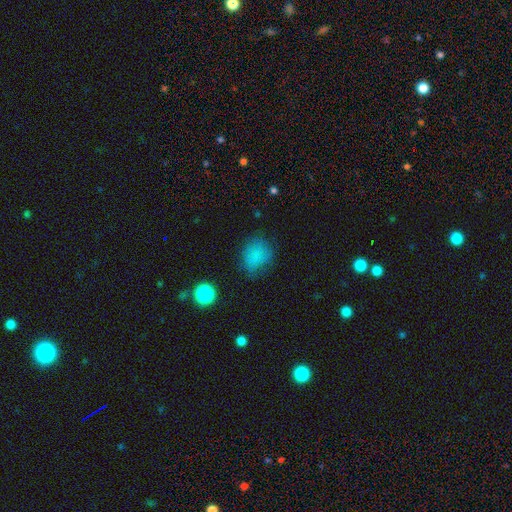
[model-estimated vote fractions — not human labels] smooth_or_featured: smooth (p=0.79) [alt: star or artifact p=0.13]
how_rounded: round (p=0.61) [alt: in between p=0.38]
merging: none (p=0.63) [alt: minor disturbance p=0.26]